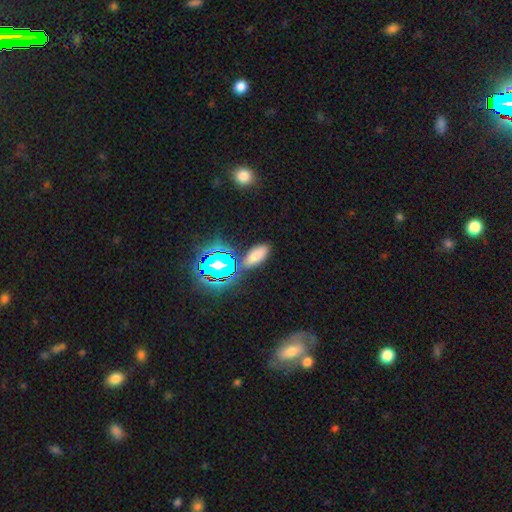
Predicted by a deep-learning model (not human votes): smooth-or-featured: smooth: 67% | star or artifact: 25% | featured or disk: 8%
  how-rounded: in between: 86% | cigar-shaped: 9% | round: 5%
  merging: none: 81% | minor disturbance: 10% | merger: 5% | major disturbance: 3%